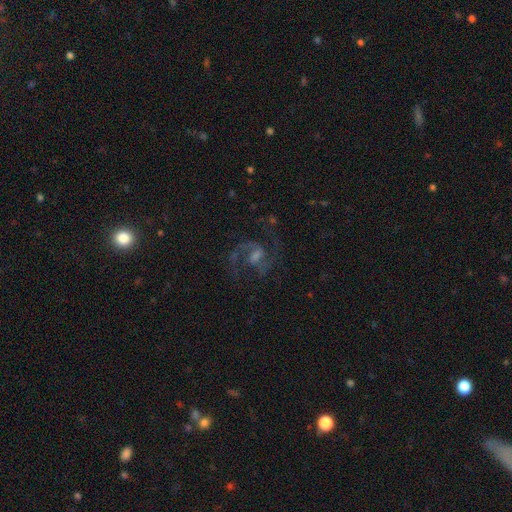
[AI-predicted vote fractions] Smooth or featured: featured or disk — 86% (star or artifact — 8%)
Edge-on disk: no — 98% (yes — 2%)
Bar: weak — 57% (no — 24%)
Spiral arms: yes — 97% (no — 3%)
Spiral winding: medium — 61% (loose — 26%)
Spiral arm count: 2 — 90% (can't tell — 3%)
Bulge size: moderate — 37% (small — 36%)
Merging: none — 73% (minor disturbance — 14%)